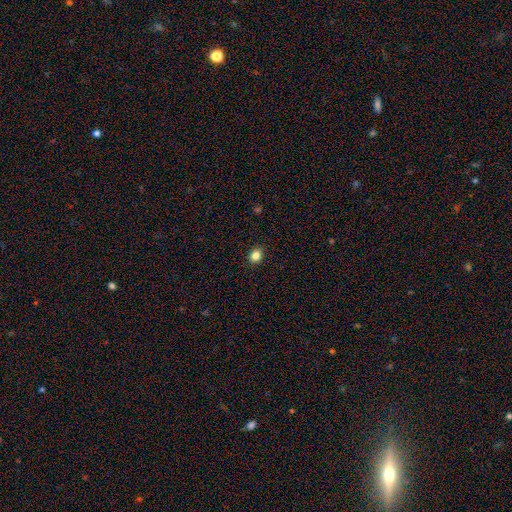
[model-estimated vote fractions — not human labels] The model was most divided on "how rounded": round: 54%, in between: 45%, cigar-shaped: 1%. More confident: merging — none (90%); smooth or featured — smooth (84%).